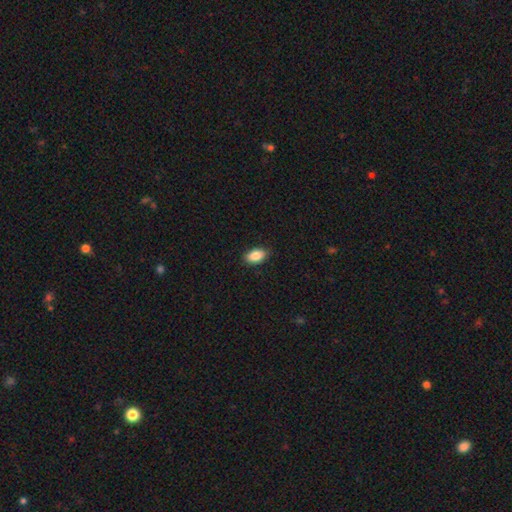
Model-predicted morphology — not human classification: smooth_or_featured: smooth (p=0.87) [alt: star or artifact p=0.07]
how_rounded: in between (p=0.92) [alt: round p=0.06]
merging: none (p=0.88) [alt: minor disturbance p=0.10]